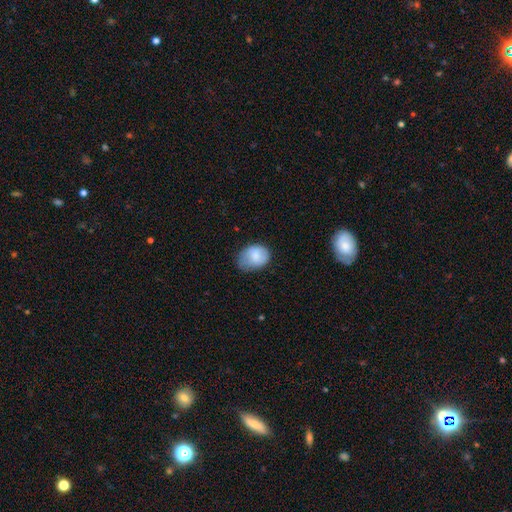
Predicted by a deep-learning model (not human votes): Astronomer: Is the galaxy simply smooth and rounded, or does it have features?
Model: smooth — 81%.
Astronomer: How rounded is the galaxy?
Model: in between — 68%.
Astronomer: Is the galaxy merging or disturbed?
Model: none — 53% (runner-up: minor disturbance, 36%).